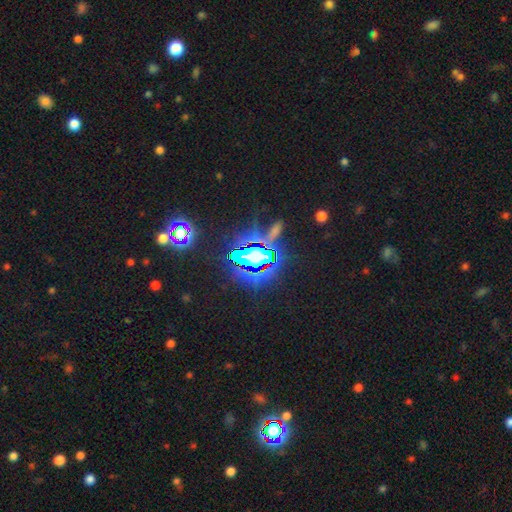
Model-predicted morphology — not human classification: The model was most divided on "smooth or featured": star or artifact: 80%, smooth: 11%, featured or disk: 9%.